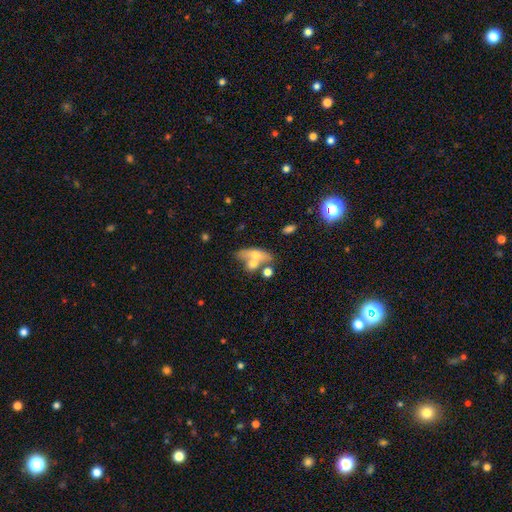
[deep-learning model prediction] Smooth or featured? Predicted: smooth (p=0.58). How rounded? Predicted: in between (p=0.69). Merging? Predicted: merger (p=0.39).